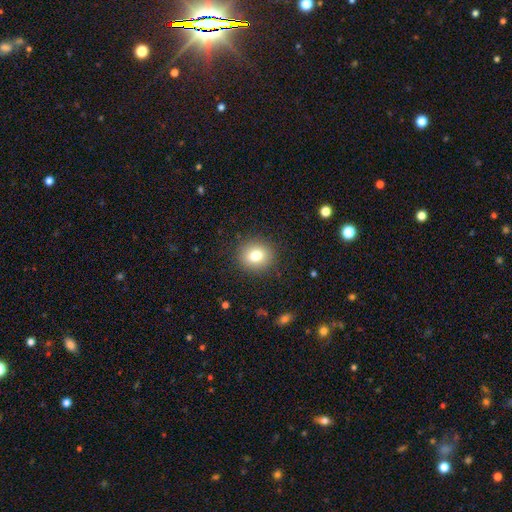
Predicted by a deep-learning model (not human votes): smooth 79%, star or artifact 11%, featured or disk 10%. Down the decision tree: how rounded — round (81%); merging — none (89%).